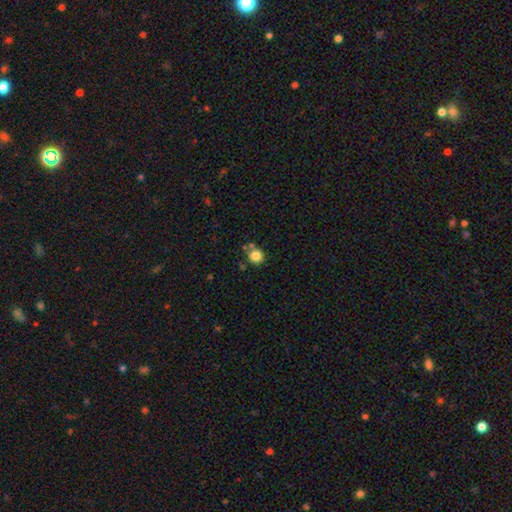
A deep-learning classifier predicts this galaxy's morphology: This is clearly a smooth galaxy (83%). How rounded: clearly round (89%). Merging: likely none (71%).